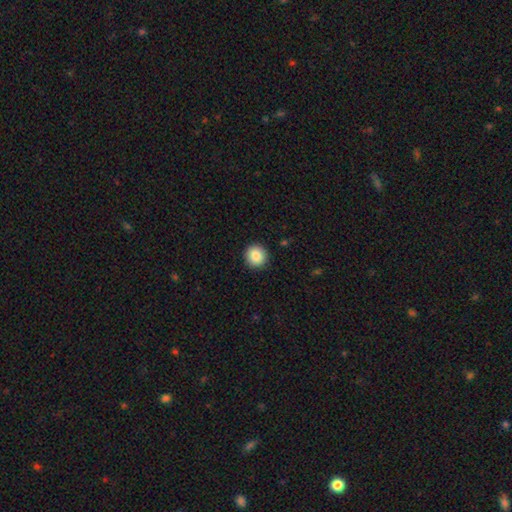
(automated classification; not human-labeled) Overall: smooth (87%). How rounded: round (94%). Merging: none (93%).